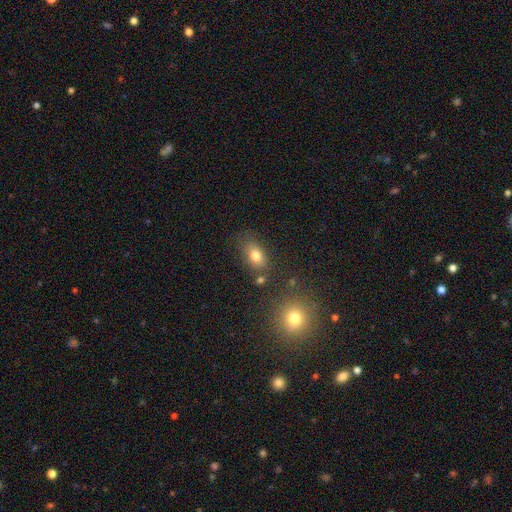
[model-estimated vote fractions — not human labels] Smooth or featured? Predicted: smooth (p=0.77). How rounded? Predicted: in between (p=0.80). Merging? Predicted: none (p=0.72).